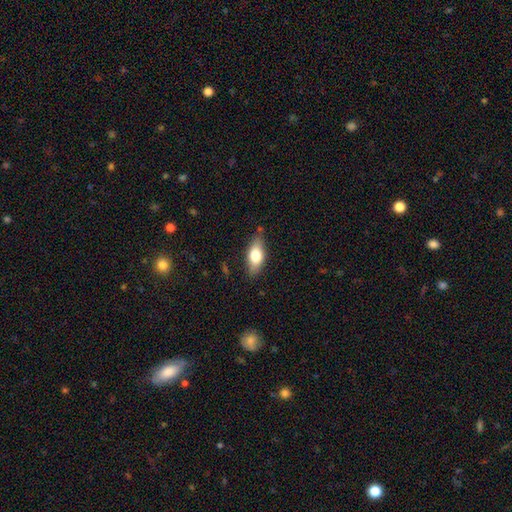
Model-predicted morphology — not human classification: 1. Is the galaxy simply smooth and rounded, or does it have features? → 72% smooth, 21% featured or disk, 7% star or artifact.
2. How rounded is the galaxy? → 82% in between, 14% cigar-shaped, 4% round.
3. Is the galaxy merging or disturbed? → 79% none, 16% minor disturbance, 3% major disturbance, 2% merger.